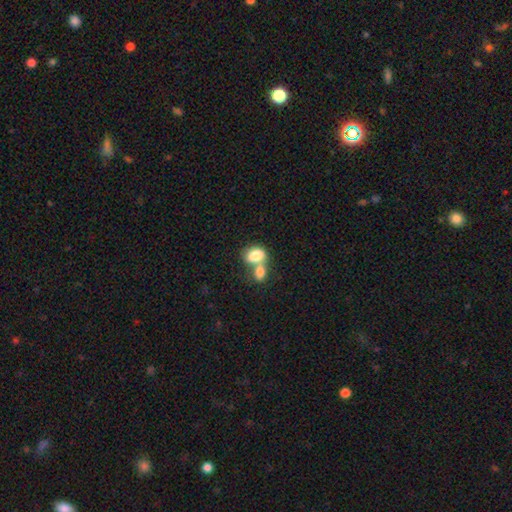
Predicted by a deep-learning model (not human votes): Smooth or featured?
  - smooth: 80% *
  - featured or disk: 13%
  - star or artifact: 8%
How rounded?
  - in between: 76% *
  - round: 23%
  - cigar-shaped: 1%
Merging?
  - merger: 65% *
  - none: 23%
  - minor disturbance: 8%
  - major disturbance: 4%